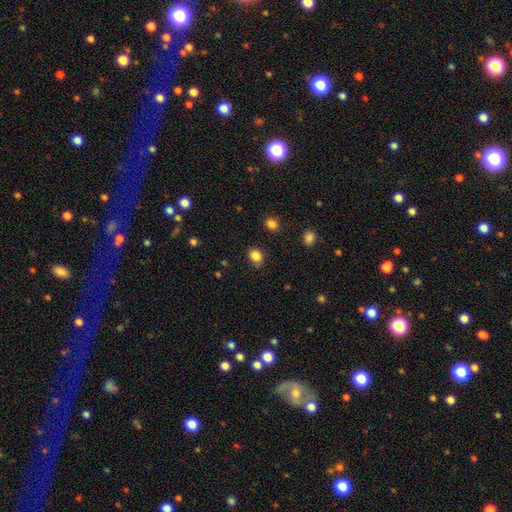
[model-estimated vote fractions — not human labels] Smooth or featured? Predicted: smooth (p=0.85). How rounded? Predicted: round (p=0.61). Merging? Predicted: none (p=0.79).